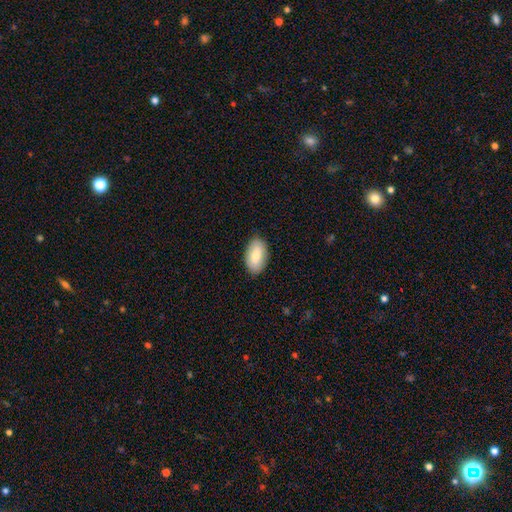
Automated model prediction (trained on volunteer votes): smooth 77%, featured or disk 17%, star or artifact 6%. Down the decision tree: how rounded — in between (94%); merging — none (86%).